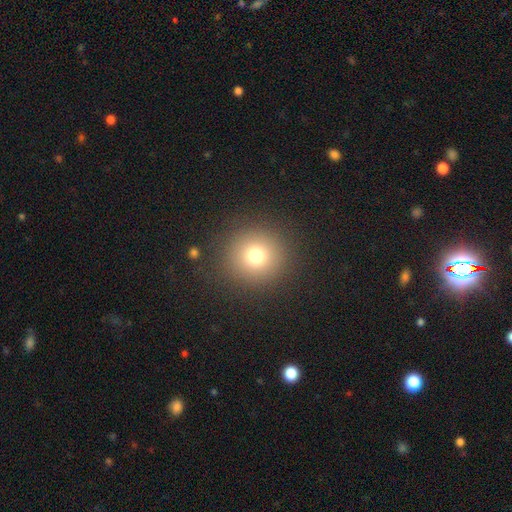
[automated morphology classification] This appears to be a smooth galaxy with no disk features (74%) that is round (95%). Merging: none (90%).